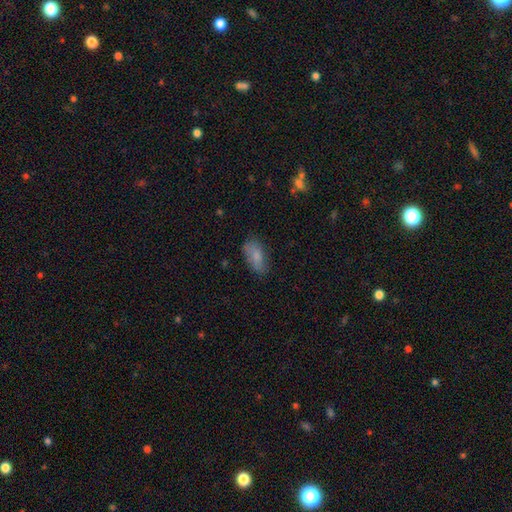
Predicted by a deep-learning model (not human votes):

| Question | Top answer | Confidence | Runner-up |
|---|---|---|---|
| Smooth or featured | smooth | 78% | featured or disk (15%) |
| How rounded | in between | 88% | cigar-shaped (9%) |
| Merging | none | 69% | minor disturbance (23%) |